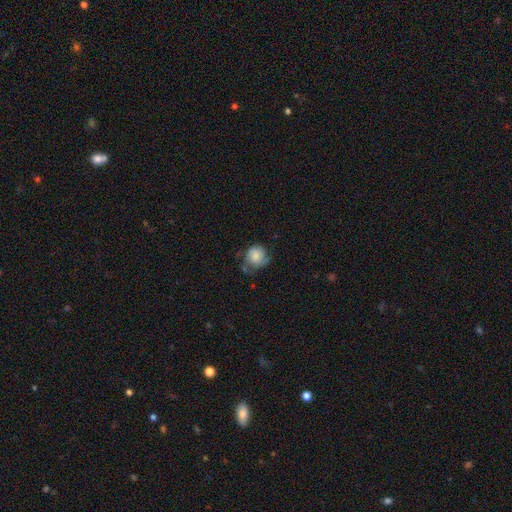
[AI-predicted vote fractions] The model was most divided on "merging": none: 49%, minor disturbance: 32%, major disturbance: 16%, merger: 3%. More confident: how rounded — round (82%); smooth or featured — smooth (67%).